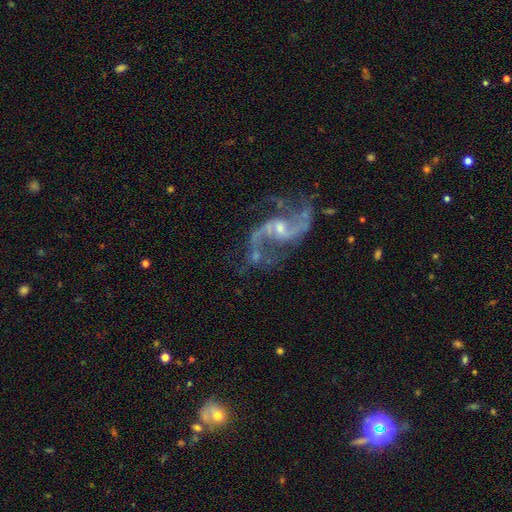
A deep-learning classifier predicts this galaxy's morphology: type=featured or disk (91%); edge-on=no (98%); bar=weak (49%); spiral arms=yes (97%); winding=loose (68%); arm count=2 (89%); bulge=small (57%); merging=none (58%).